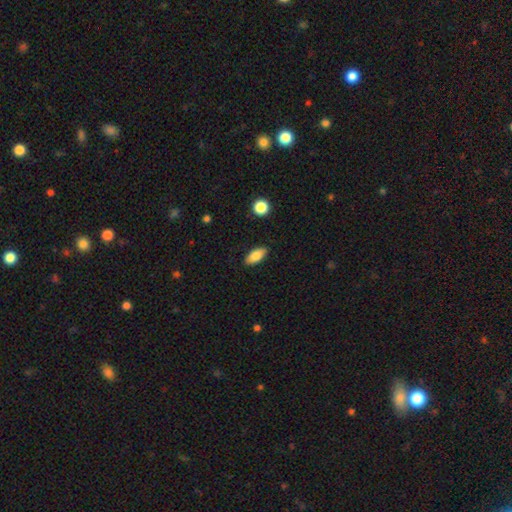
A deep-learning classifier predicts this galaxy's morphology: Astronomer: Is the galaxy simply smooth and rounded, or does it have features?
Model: smooth — 81%.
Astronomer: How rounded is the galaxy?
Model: in between — 88%.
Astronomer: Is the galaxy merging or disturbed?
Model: none — 88%.